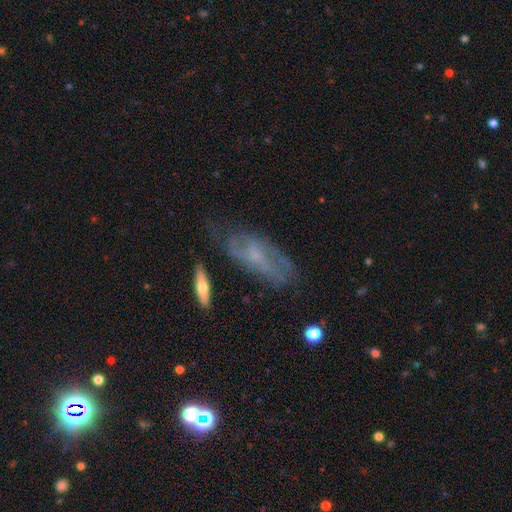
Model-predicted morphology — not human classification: Smooth or featured?
  - featured or disk: 58% *
  - smooth: 32%
  - star or artifact: 10%
Edge-on disk?
  - no: 84% *
  - yes: 16%
Merging?
  - none: 55% *
  - minor disturbance: 27%
  - major disturbance: 15%
  - merger: 4%